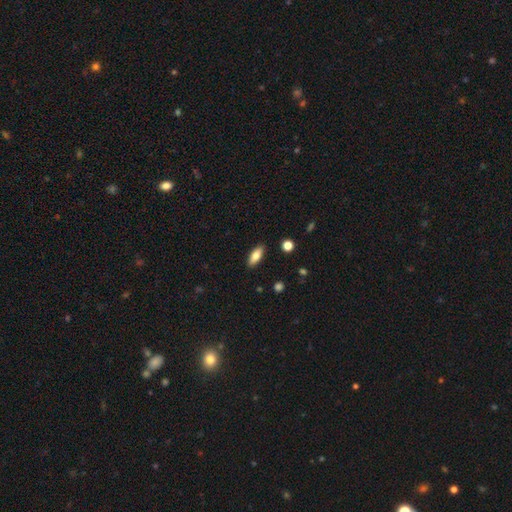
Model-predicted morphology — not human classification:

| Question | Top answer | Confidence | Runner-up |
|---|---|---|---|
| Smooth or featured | smooth | 78% | featured or disk (15%) |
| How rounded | in between | 75% | cigar-shaped (23%) |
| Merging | none | 89% | minor disturbance (8%) |